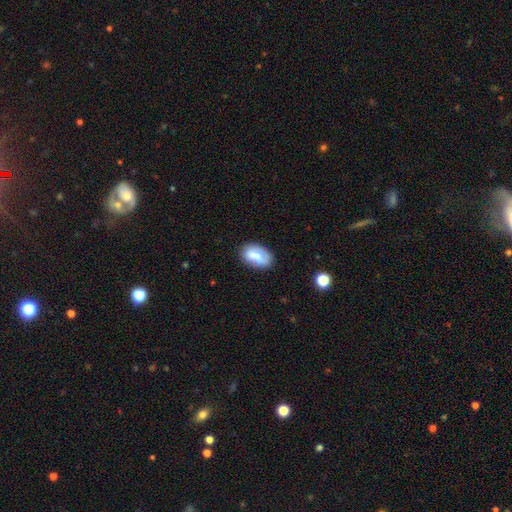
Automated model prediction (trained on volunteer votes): Smooth or featured?
  - smooth: 71% *
  - featured or disk: 21%
  - star or artifact: 7%
How rounded?
  - in between: 91% *
  - round: 7%
  - cigar-shaped: 2%
Merging?
  - none: 69% *
  - minor disturbance: 21%
  - major disturbance: 6%
  - merger: 3%